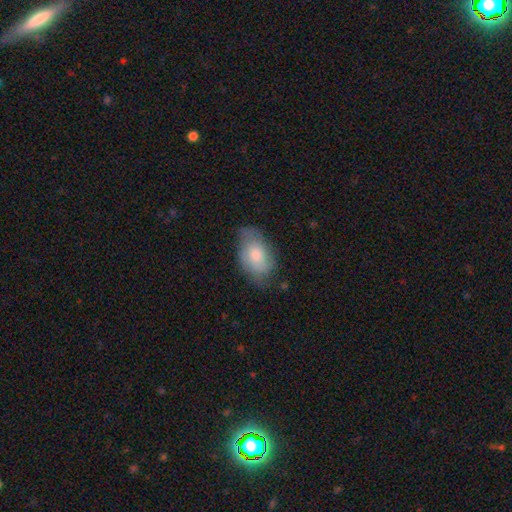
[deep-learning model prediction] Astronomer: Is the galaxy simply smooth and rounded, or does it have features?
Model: smooth — 68%.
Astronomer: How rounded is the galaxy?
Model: in between — 90%.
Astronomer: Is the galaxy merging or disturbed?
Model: none — 56% (runner-up: minor disturbance, 33%).